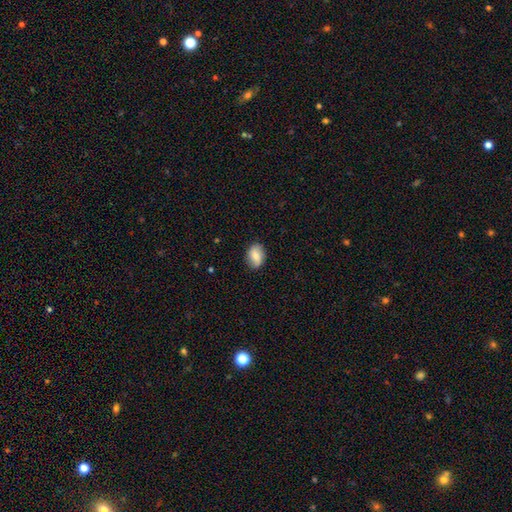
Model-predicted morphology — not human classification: type=smooth (68%); roundness=in between (77%); merging=none (84%).